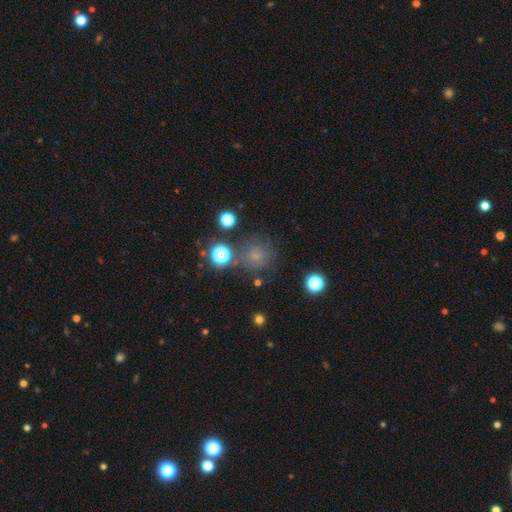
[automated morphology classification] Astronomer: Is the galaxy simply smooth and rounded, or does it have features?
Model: smooth — 61%.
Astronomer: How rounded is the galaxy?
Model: round — 89%.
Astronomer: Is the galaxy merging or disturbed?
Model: none — 71%.